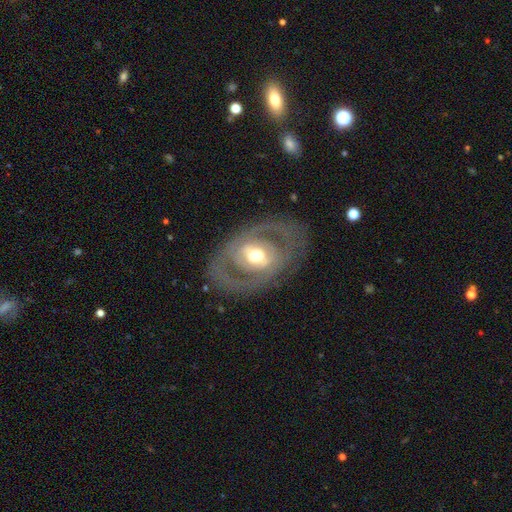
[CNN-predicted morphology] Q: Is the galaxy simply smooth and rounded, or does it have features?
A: featured or disk — 76%.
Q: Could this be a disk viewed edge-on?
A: no — 93%.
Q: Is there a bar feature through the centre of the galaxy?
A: weak — 36%.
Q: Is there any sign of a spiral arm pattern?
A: yes — 55%.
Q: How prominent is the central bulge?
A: moderate — 66%.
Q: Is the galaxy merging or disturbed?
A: none — 76%.